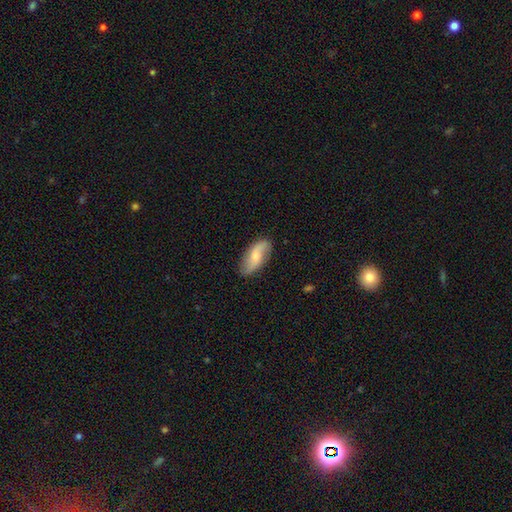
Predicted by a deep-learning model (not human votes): A featured or disk galaxy (53%).

Vote fractions:
- Smooth or featured? featured or disk: 53% / smooth: 40% / star or artifact: 6%
- Edge-on disk? no: 91% / yes: 9%
- Merging? none: 80% / minor disturbance: 15% / major disturbance: 4% / merger: 1%